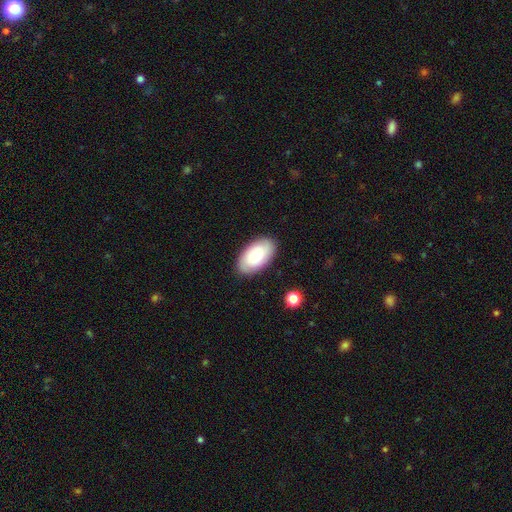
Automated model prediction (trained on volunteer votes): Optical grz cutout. It shows a smooth galaxy with no disk features (76%) that is in between round and cigar-shaped (95%). Merging: none (87%).